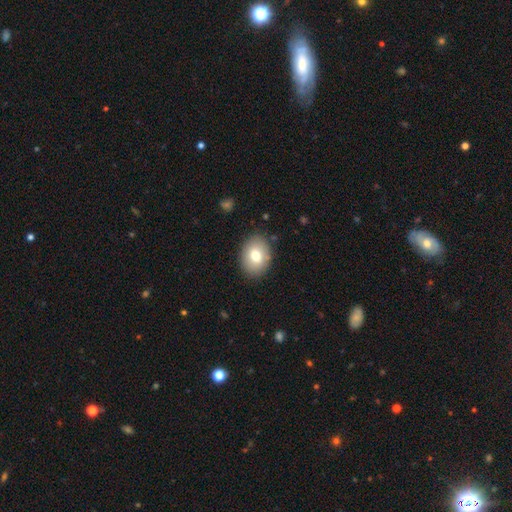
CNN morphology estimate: The model was most divided on "how rounded": in between: 63%, round: 36%, cigar-shaped: 1%. More confident: merging — none (86%); smooth or featured — smooth (76%).